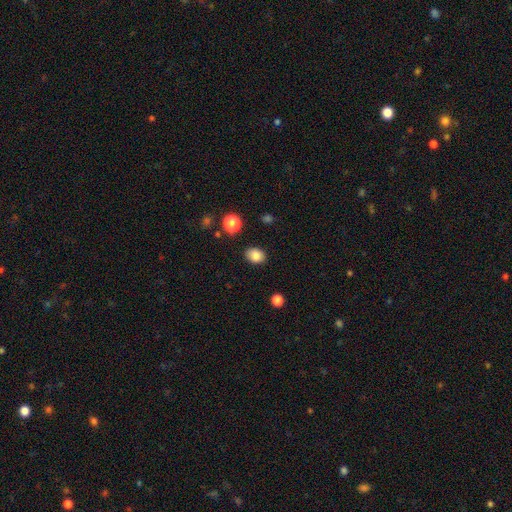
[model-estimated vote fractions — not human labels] Smooth or featured? Predicted: smooth (p=0.84). How rounded? Predicted: in between (p=0.60). Merging? Predicted: none (p=0.86).